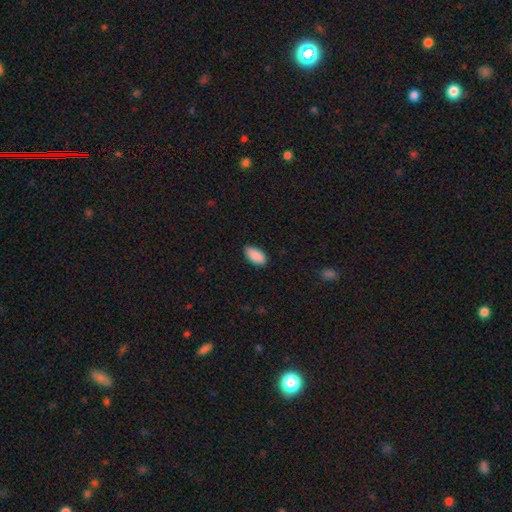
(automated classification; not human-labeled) Overall: smooth (90%). How rounded: in between (94%). Merging: none (81%).